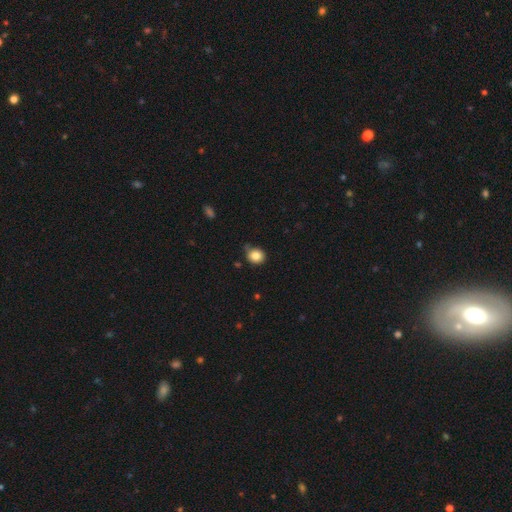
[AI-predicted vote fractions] This is clearly a smooth galaxy (83%). How rounded: likely round (79%). Merging: likely none (67%).